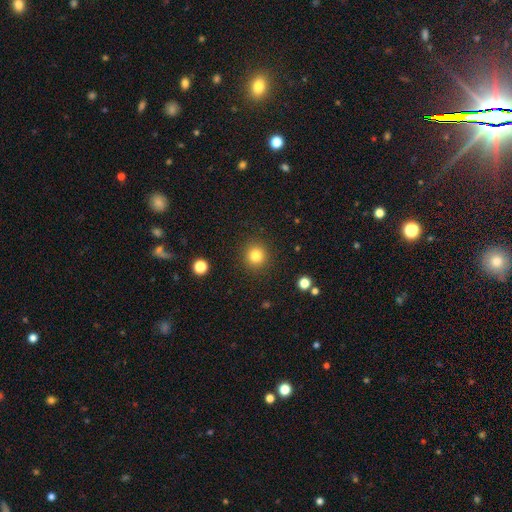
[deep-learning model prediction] smooth-or-featured: smooth: 82% | star or artifact: 12% | featured or disk: 6%
  how-rounded: round: 93% | in between: 6% | cigar-shaped: 1%
  merging: none: 90% | minor disturbance: 6% | major disturbance: 3% | merger: 1%